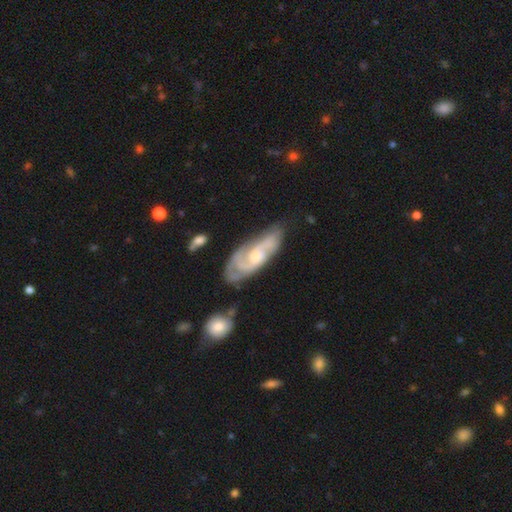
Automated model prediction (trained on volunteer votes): The model was most divided on "spiral winding": medium: 47%, tight: 39%, loose: 14%. Remaining: spiral arms — yes (93%); edge-on disk — no (91%); smooth or featured — featured or disk (79%); merging — none (61%); bar — no (57%); spiral arm count — 2 (49%); bulge size — moderate (46%).